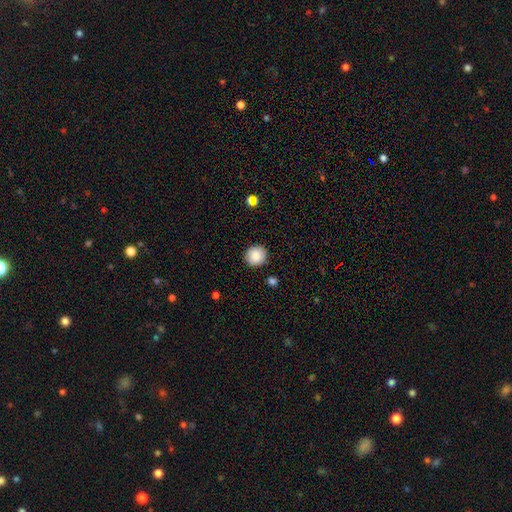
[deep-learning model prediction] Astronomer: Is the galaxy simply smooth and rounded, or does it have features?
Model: smooth — 87%.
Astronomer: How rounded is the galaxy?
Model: round — 82%.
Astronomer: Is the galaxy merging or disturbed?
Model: none — 89%.